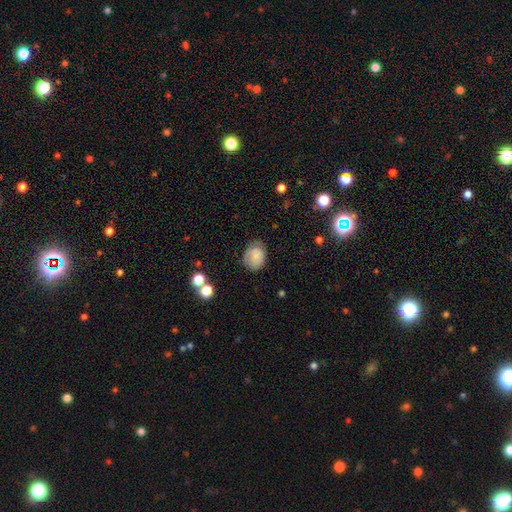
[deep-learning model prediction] Morphology: type=smooth (74%); roundness=in between (55%); merging=none (59%).